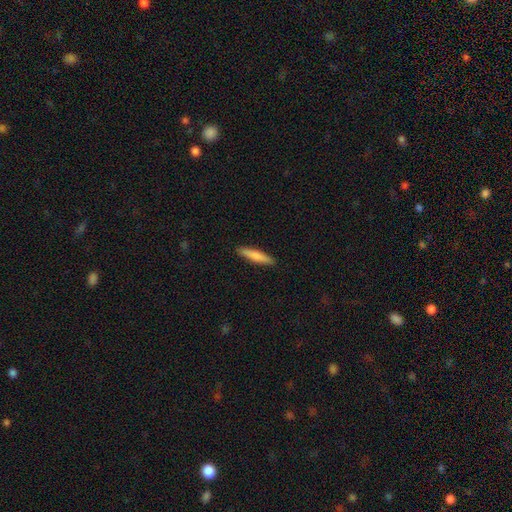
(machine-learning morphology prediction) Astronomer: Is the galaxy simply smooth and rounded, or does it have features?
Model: smooth — 77%.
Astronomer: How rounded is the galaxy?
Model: cigar-shaped — 90%.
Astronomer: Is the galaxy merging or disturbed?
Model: none — 91%.